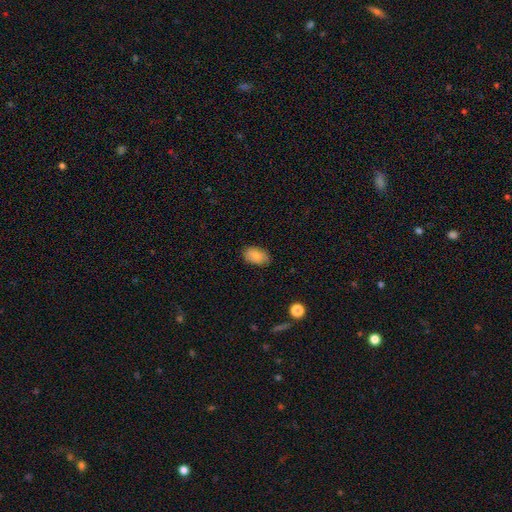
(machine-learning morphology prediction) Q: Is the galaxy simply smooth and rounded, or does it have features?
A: smooth — 83%.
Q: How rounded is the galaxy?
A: in between — 91%.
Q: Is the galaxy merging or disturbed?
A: none — 78%.